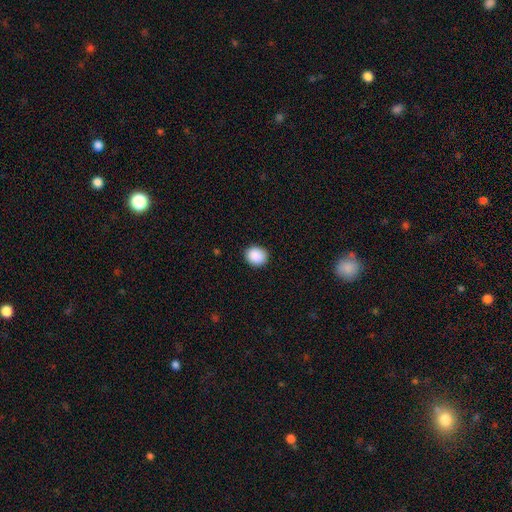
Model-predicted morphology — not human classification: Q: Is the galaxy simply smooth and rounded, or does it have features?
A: smooth — 90%.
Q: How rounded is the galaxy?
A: round — 69%.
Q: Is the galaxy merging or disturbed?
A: none — 90%.